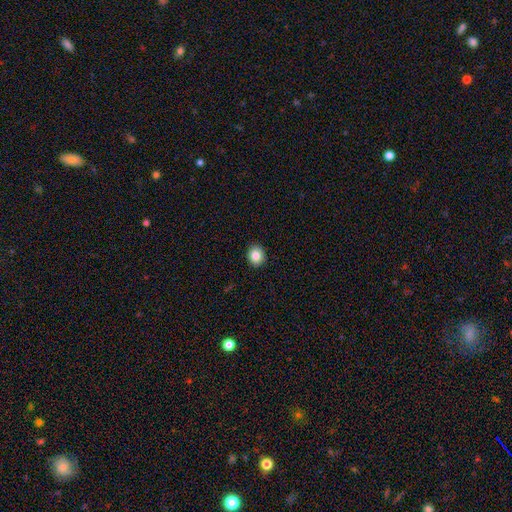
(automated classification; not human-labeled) The model was most divided on "how rounded": round: 65%, in between: 34%, cigar-shaped: 1%. More confident: merging — none (91%); smooth or featured — smooth (84%).